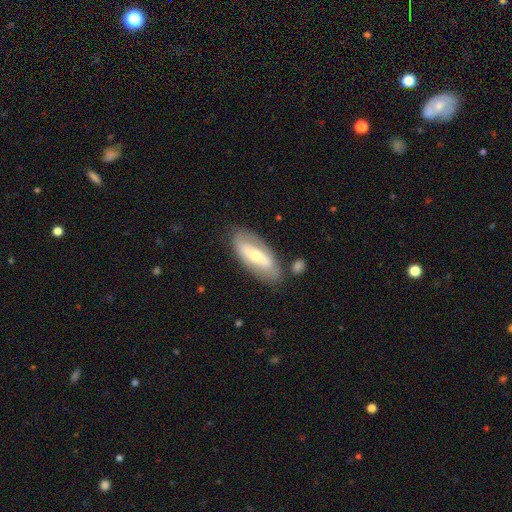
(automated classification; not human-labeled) A featured or disk galaxy (57%).

Vote fractions:
- Smooth or featured? featured or disk: 57% / smooth: 37% / star or artifact: 6%
- Edge-on disk? no: 81% / yes: 19%
- Merging? none: 77% / minor disturbance: 14% / major disturbance: 5% / merger: 4%